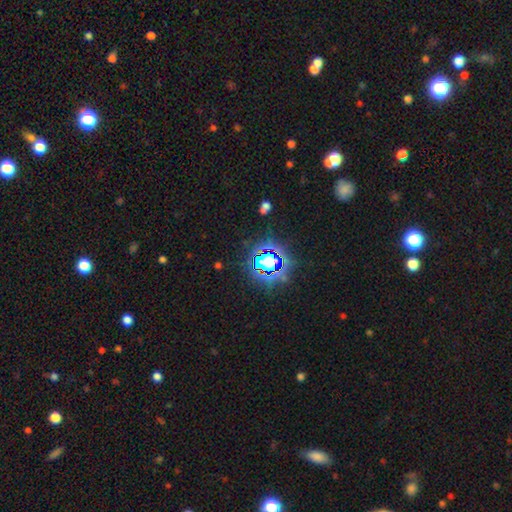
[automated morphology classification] A star or artifact, not a galaxy (82%).